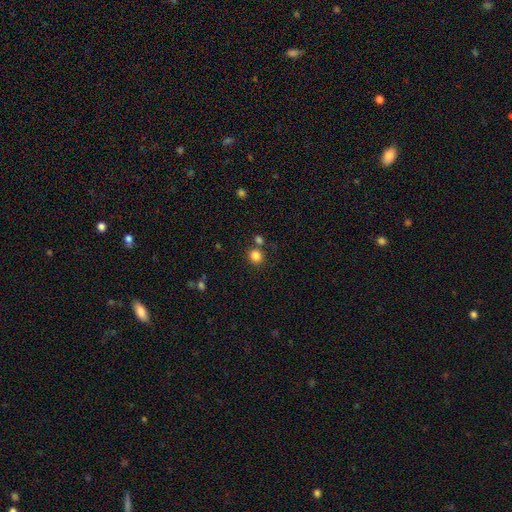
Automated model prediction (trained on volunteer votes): The model was most divided on "merging": none: 74%, merger: 14%, minor disturbance: 9%, major disturbance: 3%. More confident: how rounded — round (85%); smooth or featured — smooth (83%).